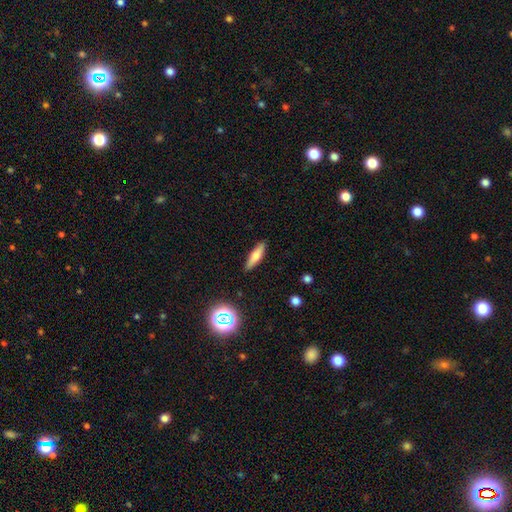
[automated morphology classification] Smooth or featured? smooth (66%)
How rounded? cigar-shaped (70%)
Merging? none (88%)